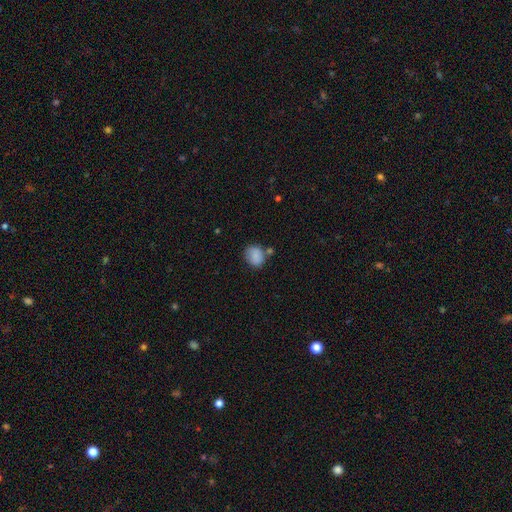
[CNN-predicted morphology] A smooth galaxy with no disk features (85%) that is round (60%).

Vote fractions:
- Smooth or featured? smooth: 85% / star or artifact: 9% / featured or disk: 7%
- How rounded? round: 60% / in between: 39% / cigar-shaped: 1%
- Merging? none: 63% / minor disturbance: 18% / merger: 13% / major disturbance: 5%